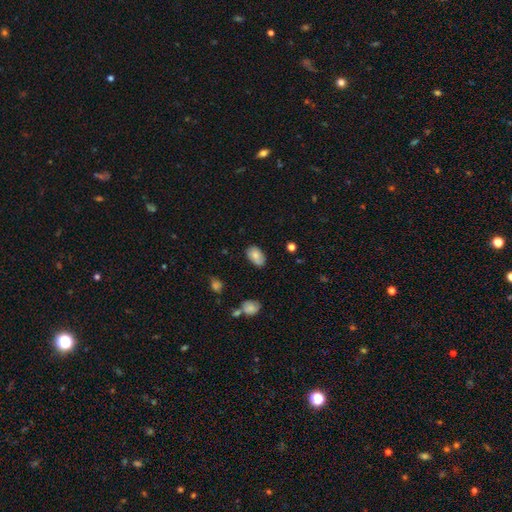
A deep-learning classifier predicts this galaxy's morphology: smooth_or_featured: smooth (p=0.76) [alt: featured or disk p=0.16]
how_rounded: in between (p=0.90) [alt: round p=0.09]
merging: none (p=0.71) [alt: minor disturbance p=0.23]